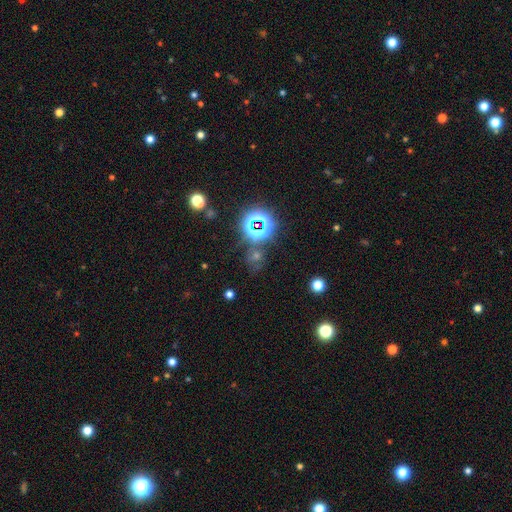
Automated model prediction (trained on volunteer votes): Overall: star or artifact (63%; smooth 27%).